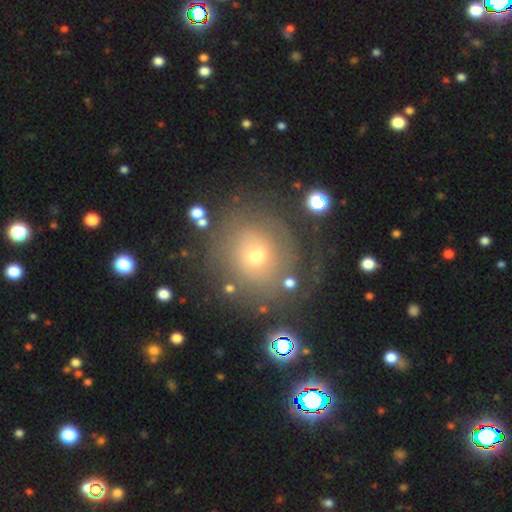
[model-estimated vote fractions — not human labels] Smooth or featured? smooth (51%)
How rounded? round (83%)
Merging? none (67%)